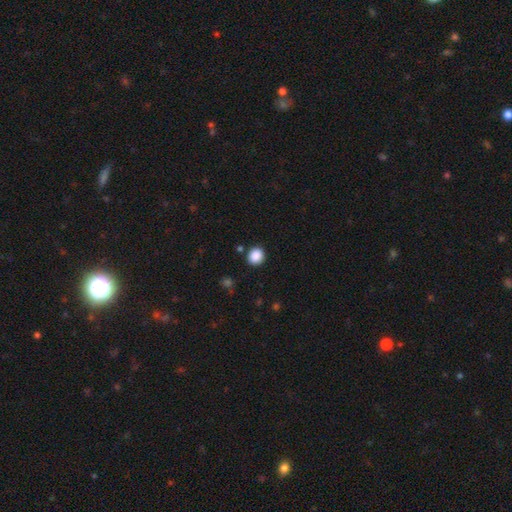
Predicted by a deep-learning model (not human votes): A smooth galaxy with no disk features (88%) that is round (84%). Merging: none (88%).